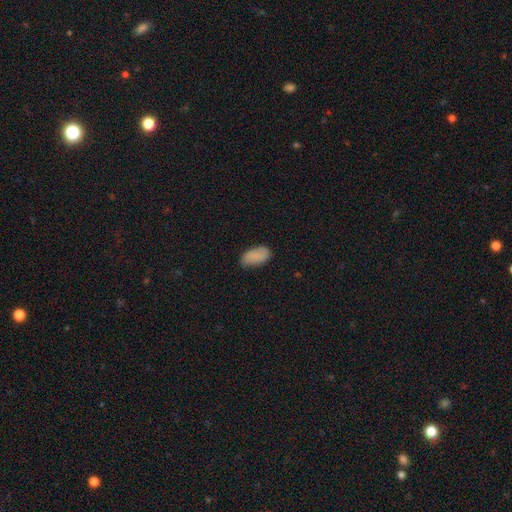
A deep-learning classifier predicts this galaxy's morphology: Overall: smooth (84%). How rounded: in between (94%). Merging: none (77%).